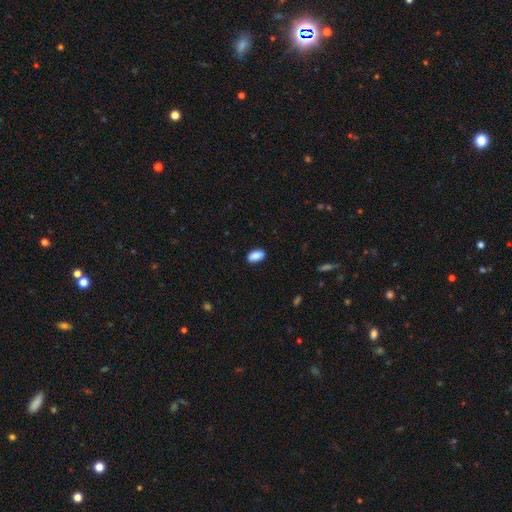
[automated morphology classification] Overall: smooth (90%). How rounded: in between (93%). Merging: none (88%).